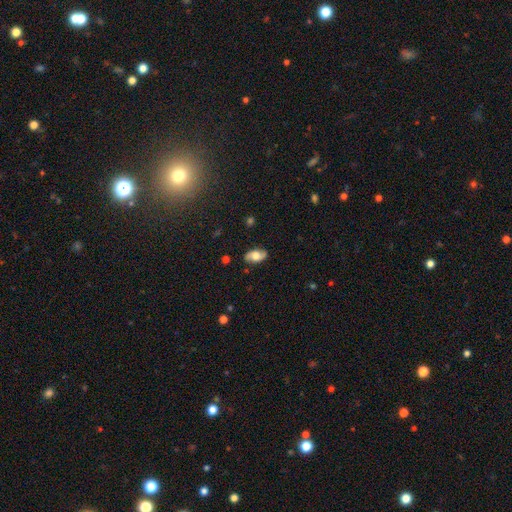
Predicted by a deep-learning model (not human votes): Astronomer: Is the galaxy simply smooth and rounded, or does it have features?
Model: featured or disk — 49% (runner-up: smooth, 44%).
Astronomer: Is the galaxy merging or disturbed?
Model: none — 83%.